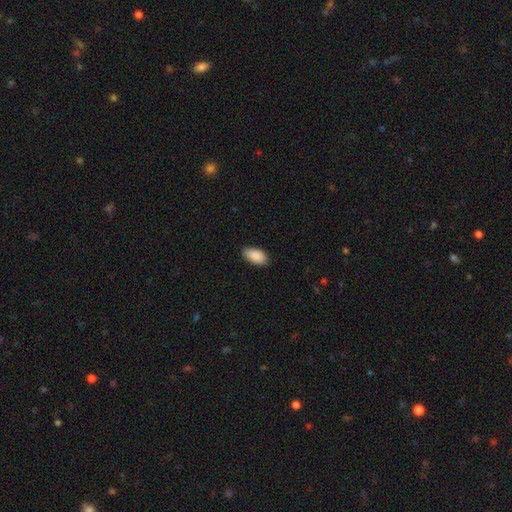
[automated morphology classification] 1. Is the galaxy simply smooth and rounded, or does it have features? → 91% smooth, 6% star or artifact, 3% featured or disk.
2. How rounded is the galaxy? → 95% in between, 3% cigar-shaped, 2% round.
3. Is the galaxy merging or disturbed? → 85% none, 12% minor disturbance, 2% major disturbance, 1% merger.